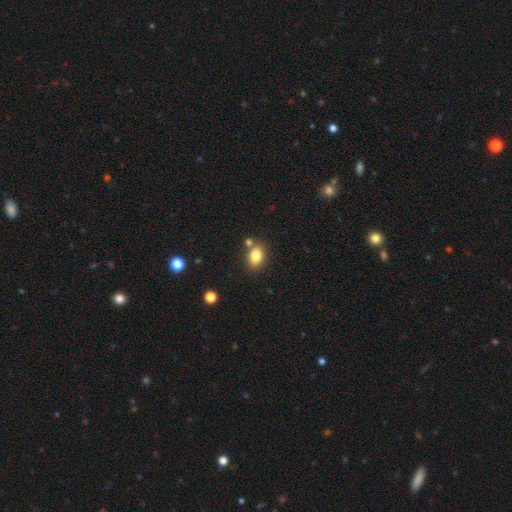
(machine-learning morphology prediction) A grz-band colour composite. It shows a smooth galaxy with no disk features (81%) that is in between round and cigar-shaped (81%). Merging: none (70%).